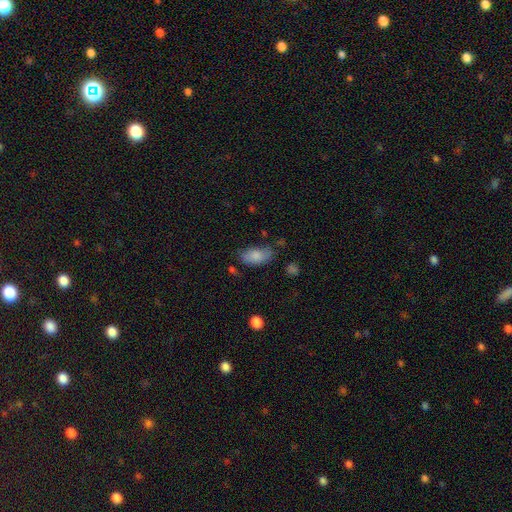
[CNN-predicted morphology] Overall: smooth (82%). How rounded: in between (92%). Merging: none (57%; minor disturbance 29%).